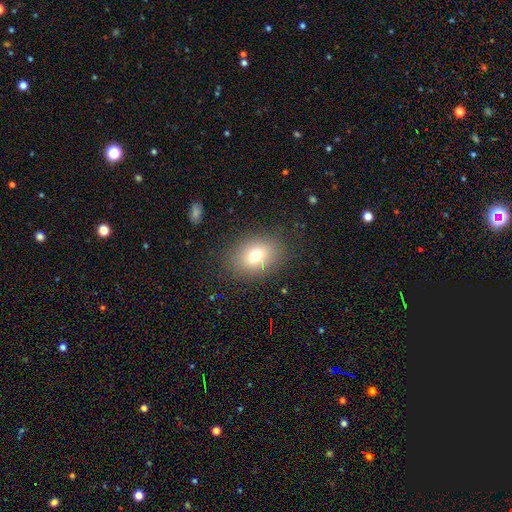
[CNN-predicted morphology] This appears to be a smooth galaxy with no disk features (73%) that is in between round and cigar-shaped (64%). Merging: none (85%).